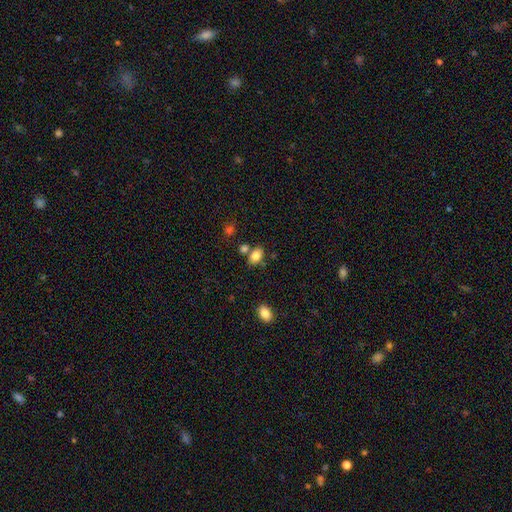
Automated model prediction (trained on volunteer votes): Smooth or featured? Predicted: smooth (p=0.82). How rounded? Predicted: in between (p=0.82). Merging? Predicted: none (p=0.65).